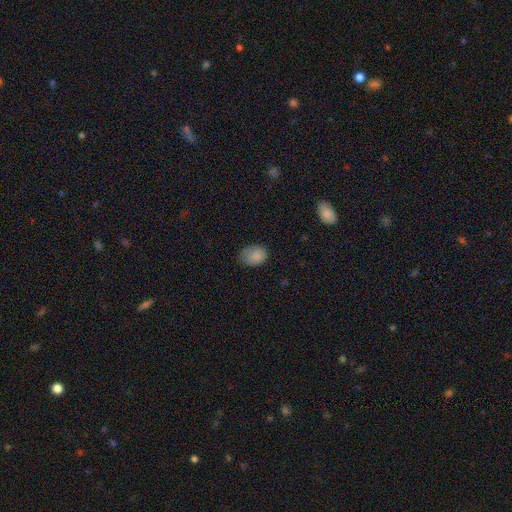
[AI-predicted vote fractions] Q: Smooth or featured?
A: smooth (83%); runner-up: star or artifact (9%)
Q: How rounded?
A: in between (67%); runner-up: round (32%)
Q: Merging?
A: none (60%); runner-up: minor disturbance (31%)